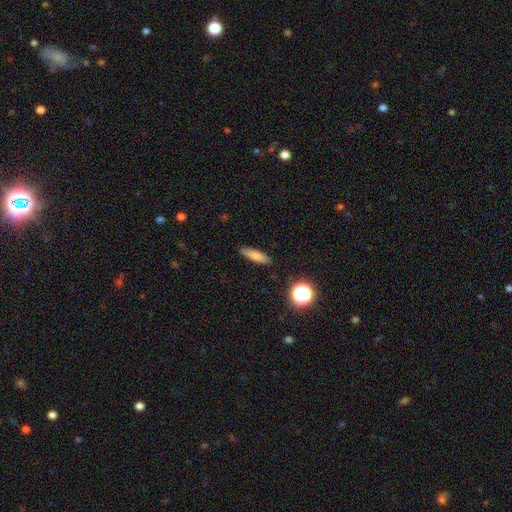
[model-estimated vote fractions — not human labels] smooth_or_featured: smooth (p=0.74) [alt: featured or disk p=0.16]
how_rounded: cigar-shaped (p=0.71) [alt: in between p=0.25]
merging: none (p=0.88) [alt: minor disturbance p=0.09]